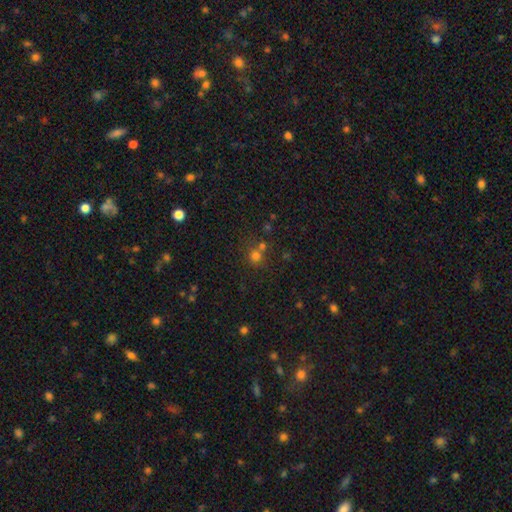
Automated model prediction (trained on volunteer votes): Overall: smooth (70%). How rounded: round (85%). Merging: none (55%; merger 33%).